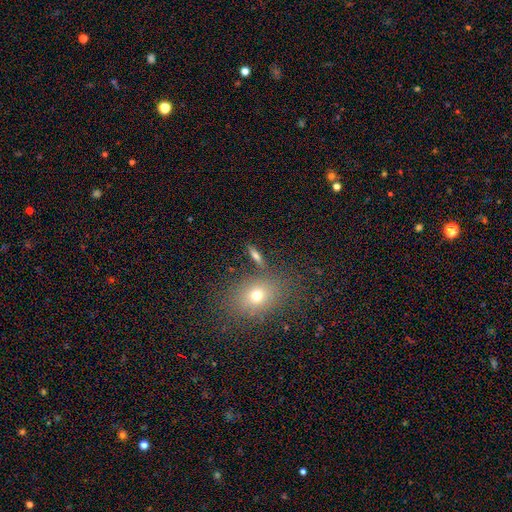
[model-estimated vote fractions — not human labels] Q: Smooth or featured?
A: smooth (61%); runner-up: featured or disk (24%)
Q: How rounded?
A: cigar-shaped (44%); runner-up: in between (41%)
Q: Merging?
A: none (81%); runner-up: minor disturbance (9%)